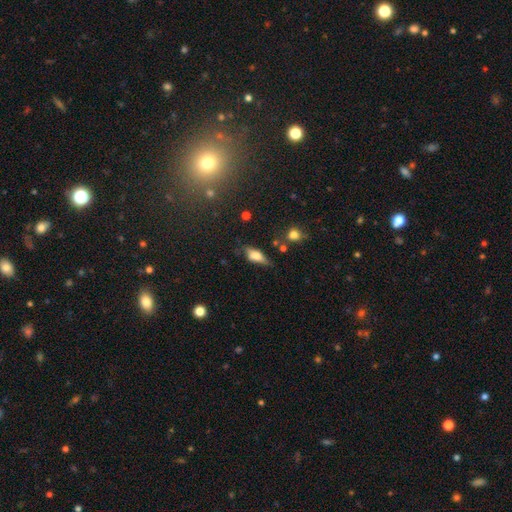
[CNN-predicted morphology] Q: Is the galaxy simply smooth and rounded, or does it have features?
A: smooth — 63%.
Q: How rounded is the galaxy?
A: in between — 69%.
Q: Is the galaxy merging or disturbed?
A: none — 57%.